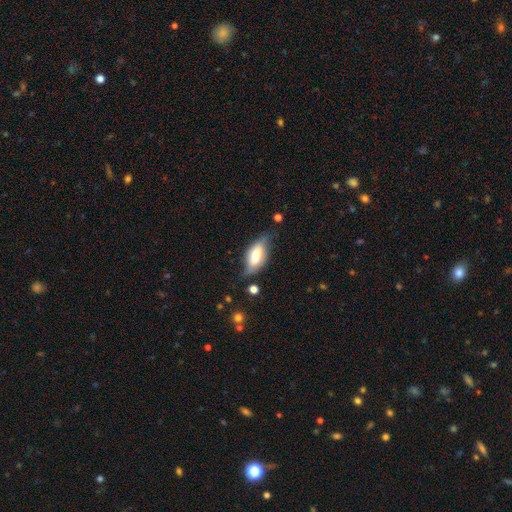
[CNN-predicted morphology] The model was most divided on "smooth or featured": smooth: 54%, featured or disk: 38%, star or artifact: 7%. More confident: how rounded — in between (84%); merging — none (52%).